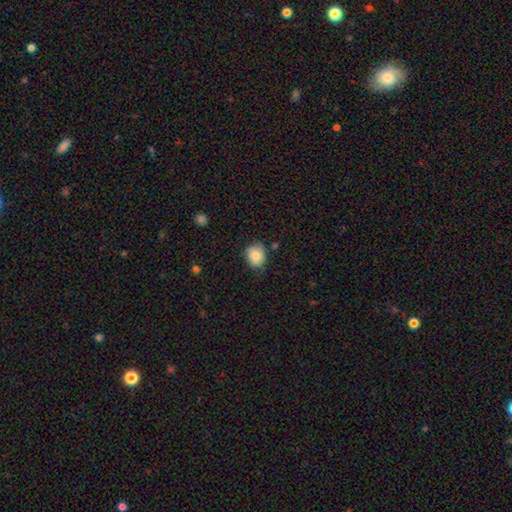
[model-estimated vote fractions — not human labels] This is clearly a smooth galaxy (85%). How rounded: possibly round (56%). Merging: likely none (73%).